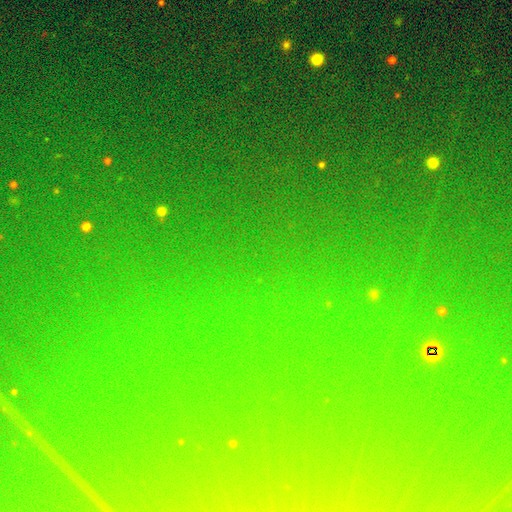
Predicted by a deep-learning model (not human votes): This is likely a star or artifact rather than a galaxy (77%).